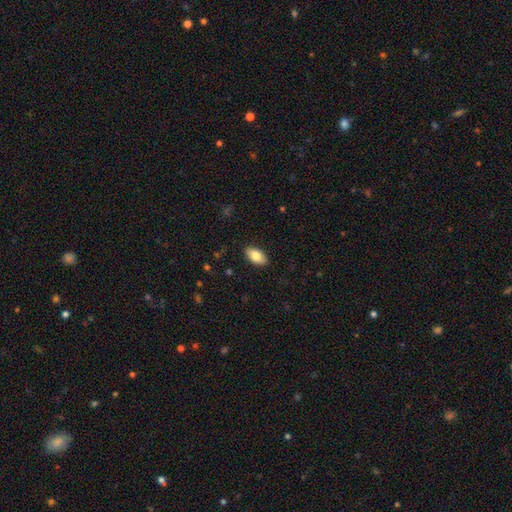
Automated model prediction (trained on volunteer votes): smooth-or-featured: smooth: 82% | featured or disk: 12% | star or artifact: 7%
  how-rounded: in between: 94% | round: 3% | cigar-shaped: 3%
  merging: none: 89% | minor disturbance: 8% | major disturbance: 2% | merger: 1%